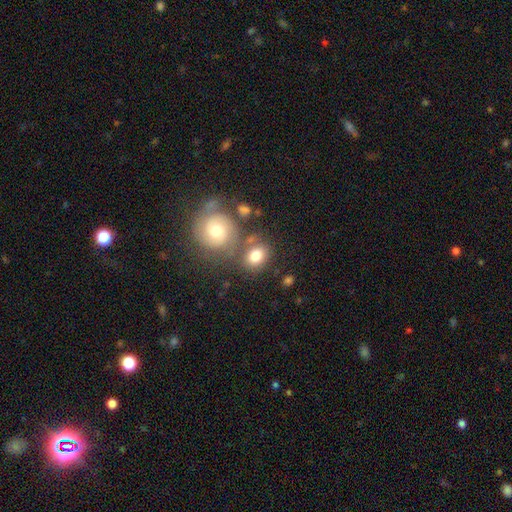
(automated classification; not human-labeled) smooth-or-featured: smooth: 72% | featured or disk: 20% | star or artifact: 9%
  how-rounded: in between: 54% | round: 45% | cigar-shaped: 1%
  merging: none: 60% | merger: 20% | minor disturbance: 14% | major disturbance: 6%